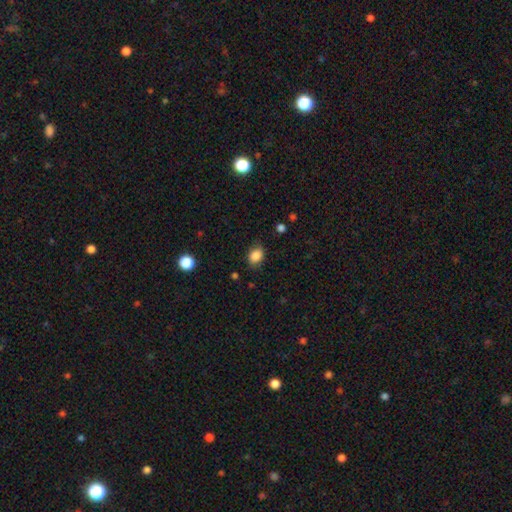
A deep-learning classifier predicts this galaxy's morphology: type=smooth (86%); roundness=in between (69%); merging=none (77%).